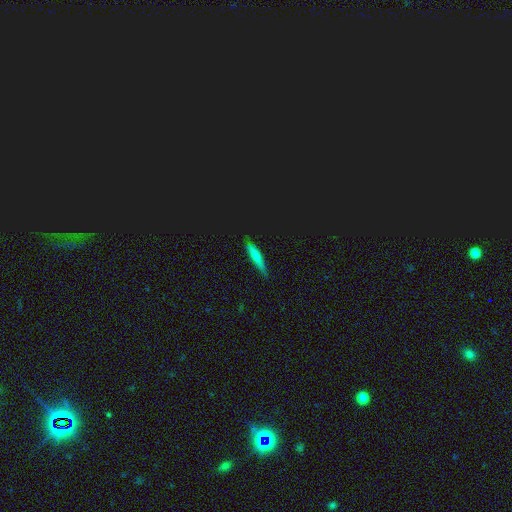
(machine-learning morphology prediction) Overall: smooth (61%; featured or disk 22%). How rounded: cigar-shaped (83%). Merging: none (76%).